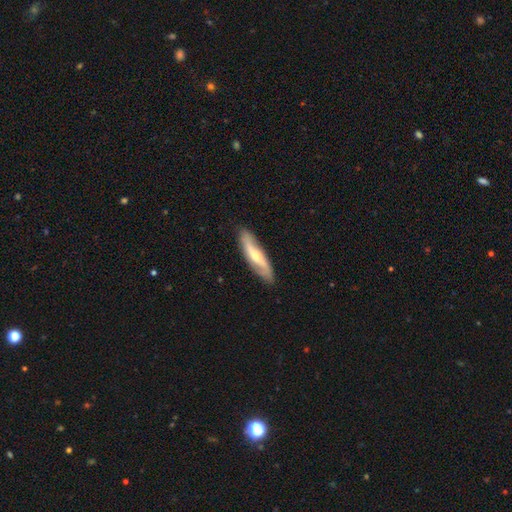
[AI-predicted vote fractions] smooth-or-featured: featured or disk: 68% | smooth: 27% | star or artifact: 5%
  disk-edge-on: no: 66% | yes: 34%
  merging: none: 85% | minor disturbance: 11% | major disturbance: 2% | merger: 1%